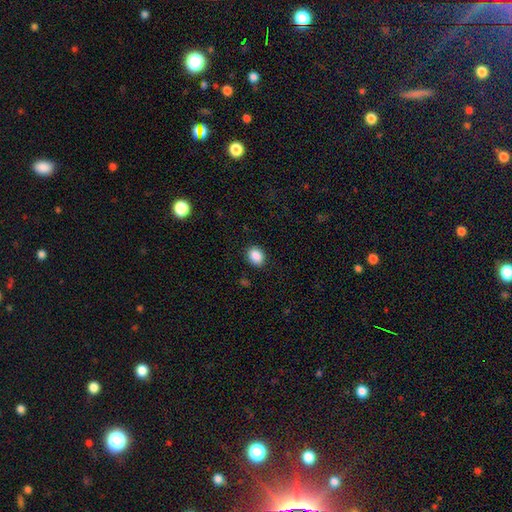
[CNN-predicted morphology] This is clearly a smooth galaxy (89%). How rounded: likely in between (63%). Merging: clearly none (88%).